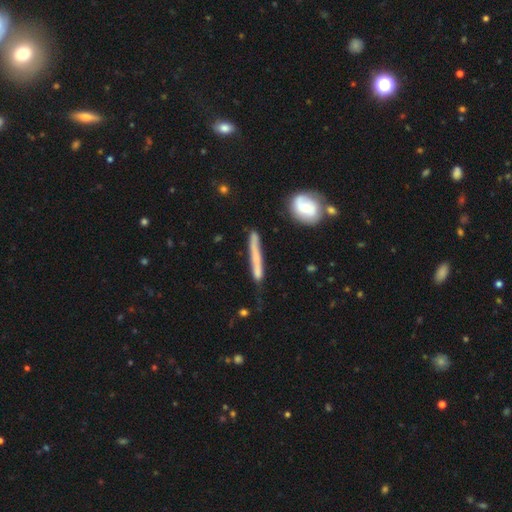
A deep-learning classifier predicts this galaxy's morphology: smooth-or-featured: smooth: 53% | featured or disk: 40% | star or artifact: 7%
  how-rounded: cigar-shaped: 94% | in between: 4% | round: 2%
  merging: none: 66% | minor disturbance: 22% | major disturbance: 6% | merger: 5%